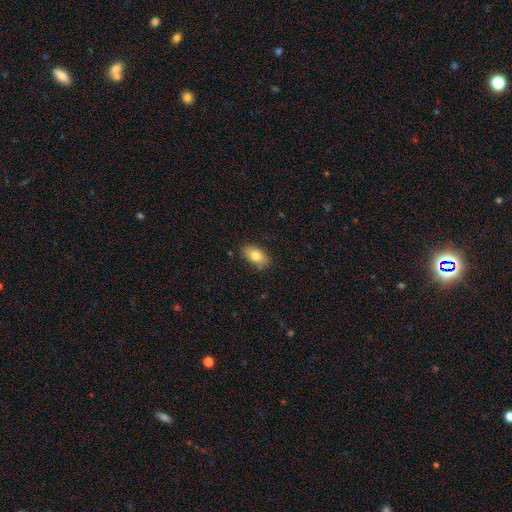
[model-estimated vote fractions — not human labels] A smooth galaxy with no disk features (79%) that is in between round and cigar-shaped (91%).

Vote fractions:
- Smooth or featured? smooth: 79% / featured or disk: 14% / star or artifact: 7%
- How rounded? in between: 91% / round: 5% / cigar-shaped: 4%
- Merging? none: 83% / minor disturbance: 13% / major disturbance: 3% / merger: 2%